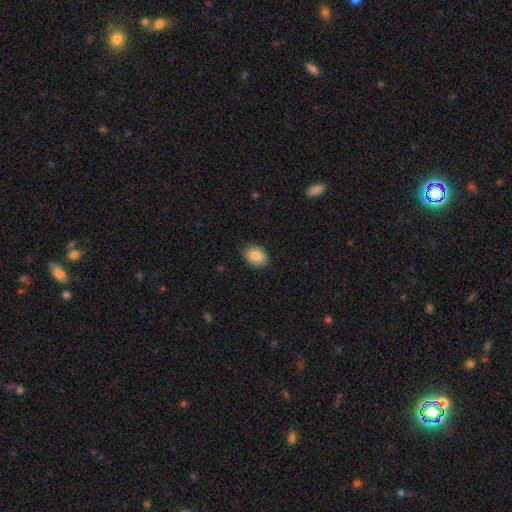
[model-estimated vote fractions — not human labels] A smooth galaxy with no disk features (86%) that is in between round and cigar-shaped (72%).

Vote fractions:
- Smooth or featured? smooth: 86% / star or artifact: 7% / featured or disk: 7%
- How rounded? in between: 72% / round: 27% / cigar-shaped: 1%
- Merging? none: 86% / minor disturbance: 11% / major disturbance: 2% / merger: 1%